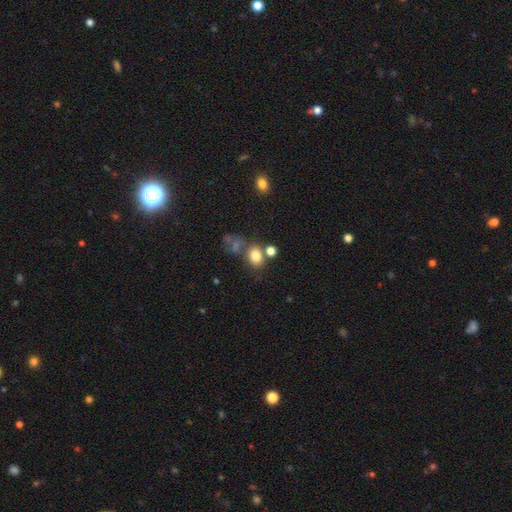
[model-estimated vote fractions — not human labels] smooth-or-featured: smooth: 78% | star or artifact: 13% | featured or disk: 8%
  how-rounded: in between: 51% | round: 48% | cigar-shaped: 1%
  merging: none: 60% | merger: 21% | minor disturbance: 13% | major disturbance: 6%